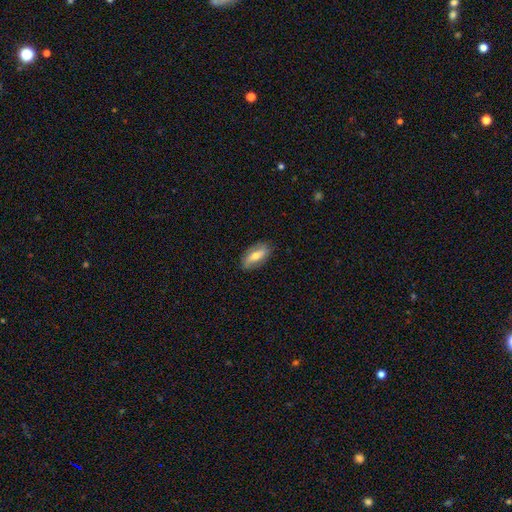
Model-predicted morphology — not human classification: Smooth or featured?
  - smooth: 58% *
  - featured or disk: 36%
  - star or artifact: 6%
How rounded?
  - in between: 81% *
  - cigar-shaped: 15%
  - round: 4%
Merging?
  - none: 83% *
  - minor disturbance: 13%
  - major disturbance: 3%
  - merger: 1%